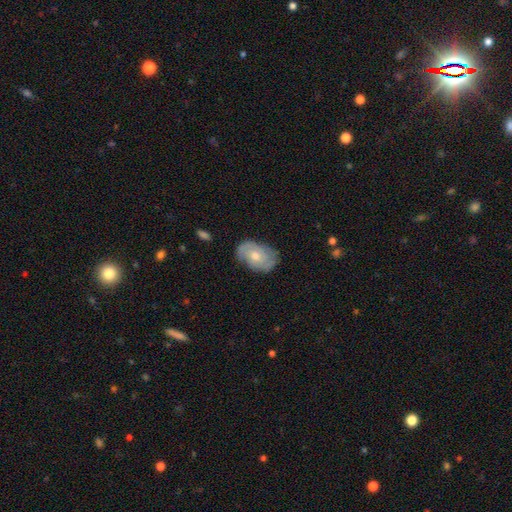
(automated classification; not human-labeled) This appears to be a featured or disk galaxy (57%) with no bar (77%), spiral arms (76%) and a moderate central bulge (67%). Merging: none (72%).